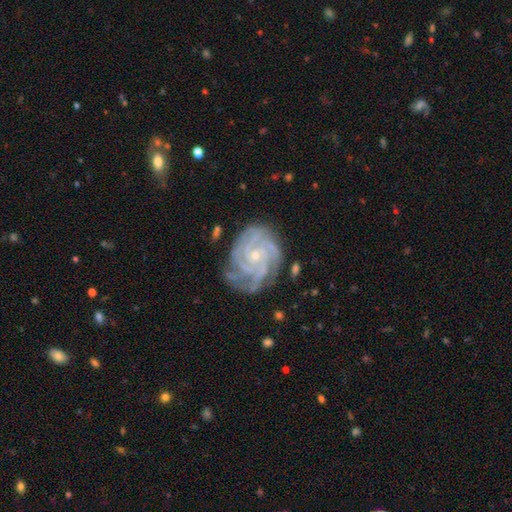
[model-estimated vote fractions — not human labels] Smooth or featured?
  - featured or disk: 90% *
  - star or artifact: 6%
  - smooth: 4%
Edge-on disk?
  - no: 98% *
  - yes: 2%
Bar?
  - no: 74% *
  - weak: 20%
  - strong: 6%
Spiral arms?
  - yes: 98% *
  - no: 2%
Spiral winding?
  - tight: 78% *
  - medium: 19%
  - loose: 3%
Spiral arm count?
  - 4: 40% *
  - 3: 18%
  - more than 4: 15%
  - can't tell: 13%
  - 2: 8%
  - 1: 7%
Bulge size?
  - small: 78% *
  - moderate: 19%
  - none: 2%
  - large: 1%
  - dominant: 1%
Merging?
  - none: 75% *
  - minor disturbance: 18%
  - major disturbance: 6%
  - merger: 2%